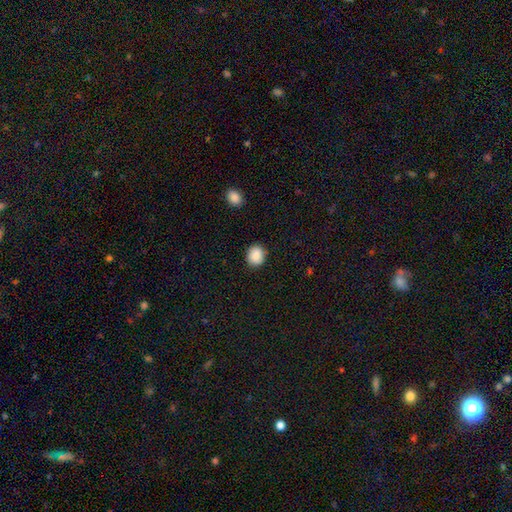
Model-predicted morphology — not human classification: smooth_or_featured: smooth (p=0.86) [alt: star or artifact p=0.08]
how_rounded: round (p=0.80) [alt: in between p=0.19]
merging: none (p=0.89) [alt: minor disturbance p=0.08]